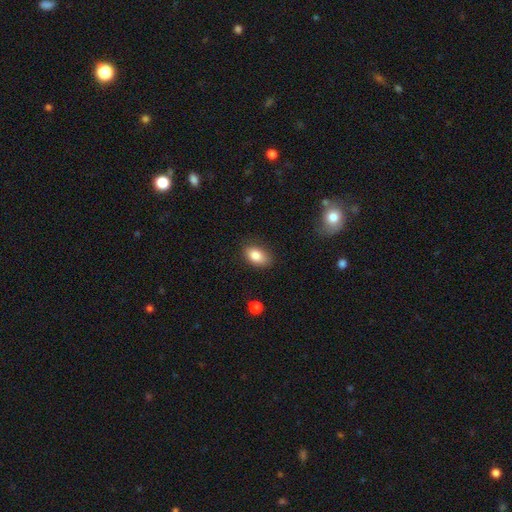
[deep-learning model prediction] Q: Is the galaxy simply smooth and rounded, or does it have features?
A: smooth — 84%.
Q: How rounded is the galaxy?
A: in between — 90%.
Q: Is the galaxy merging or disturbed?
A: none — 82%.